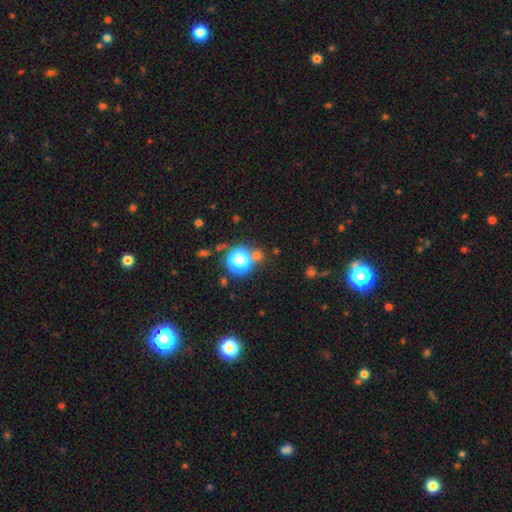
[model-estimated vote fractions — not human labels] This is possibly a star or artifact rather than a galaxy (46%, tied with smooth).